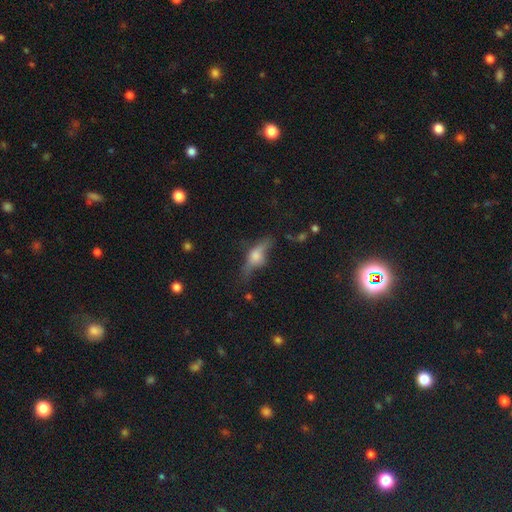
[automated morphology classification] Overall: featured or disk (56%; smooth 31%). Edge-on disk: yes (86%). Merging: none (64%).